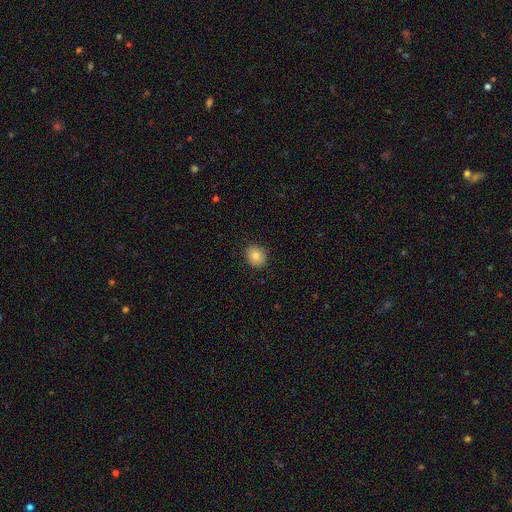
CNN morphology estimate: Smooth or featured? smooth (81%)
How rounded? round (74%)
Merging? none (89%)